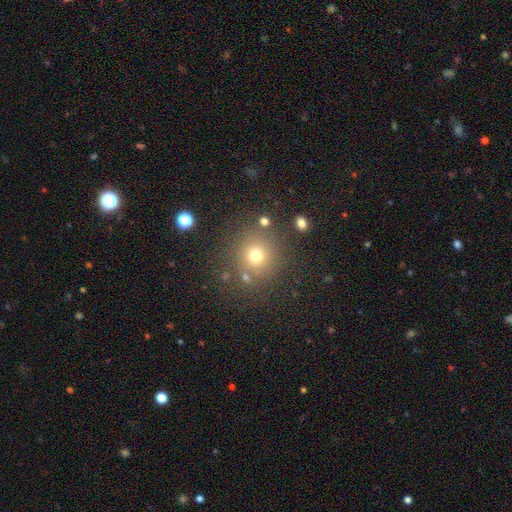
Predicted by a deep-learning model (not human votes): A smooth galaxy with no disk features (71%) that is round (92%). Merging: none (81%).